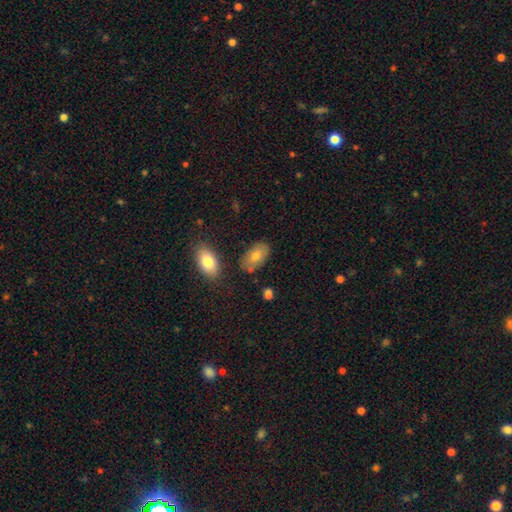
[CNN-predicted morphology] type=smooth (76%); roundness=in between (93%); merging=none (77%).